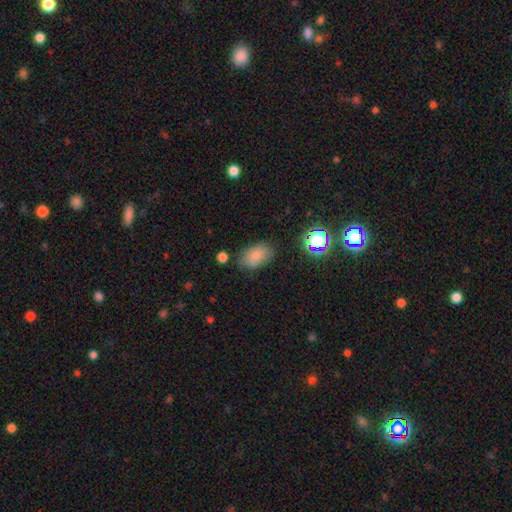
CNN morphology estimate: A smooth galaxy with no disk features (80%) that is in between round and cigar-shaped (89%). Merging: none (74%).